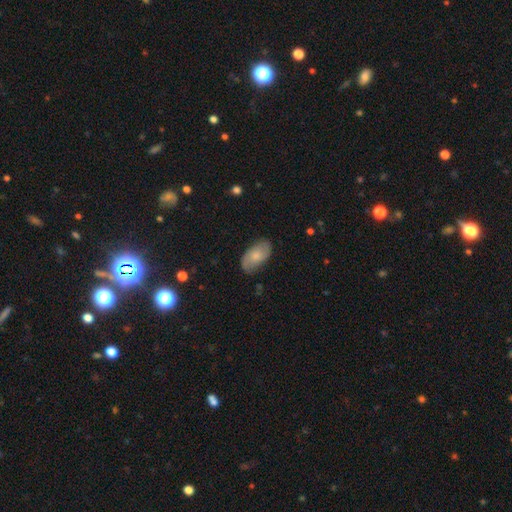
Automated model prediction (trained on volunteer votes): Q: Smooth or featured?
A: smooth (64%); runner-up: featured or disk (30%)
Q: How rounded?
A: in between (94%); runner-up: round (4%)
Q: Merging?
A: none (77%); runner-up: minor disturbance (18%)